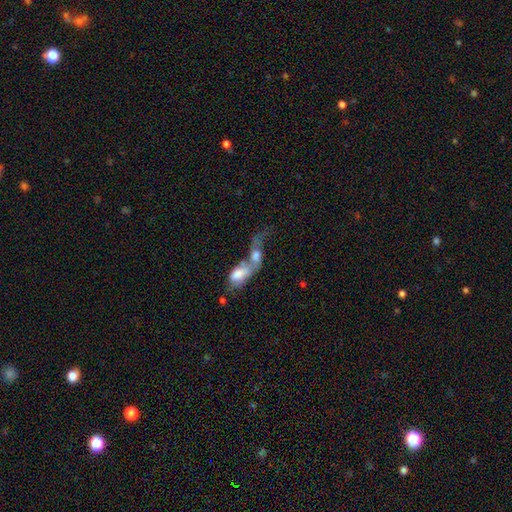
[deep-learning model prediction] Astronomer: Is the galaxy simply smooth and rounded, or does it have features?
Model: smooth — 58%.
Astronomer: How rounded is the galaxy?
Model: in between — 78%.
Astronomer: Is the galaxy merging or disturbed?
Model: merger — 77%.